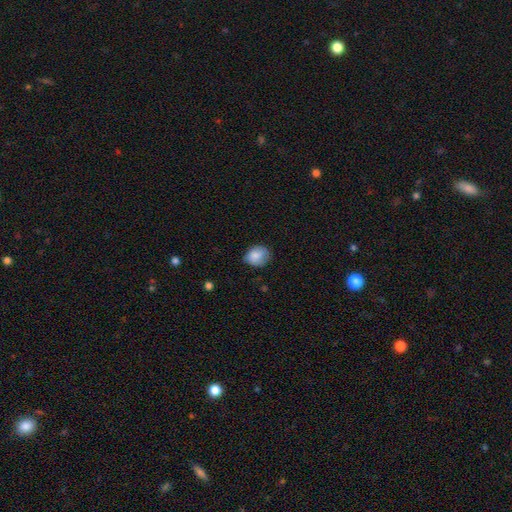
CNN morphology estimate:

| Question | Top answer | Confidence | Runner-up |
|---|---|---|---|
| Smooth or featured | smooth | 84% | featured or disk (8%) |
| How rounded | in between | 50% | round (49%) |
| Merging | none | 65% | minor disturbance (28%) |